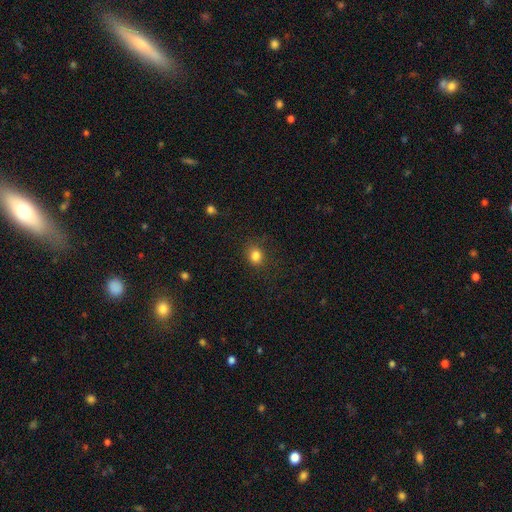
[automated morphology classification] This appears to be a smooth galaxy with no disk features (83%) that is round (72%). Merging: none (84%).